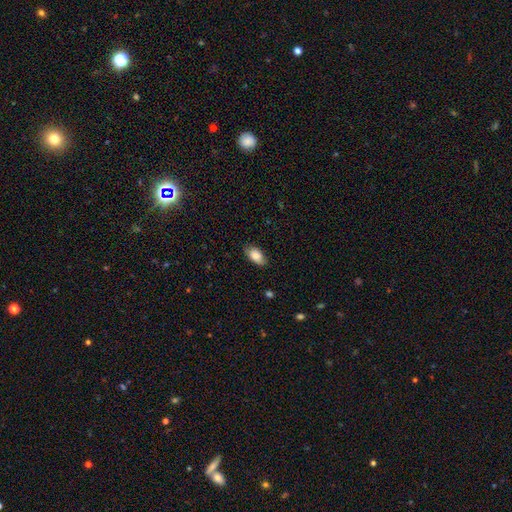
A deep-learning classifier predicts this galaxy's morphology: type=smooth (83%); roundness=in between (92%); merging=none (79%).